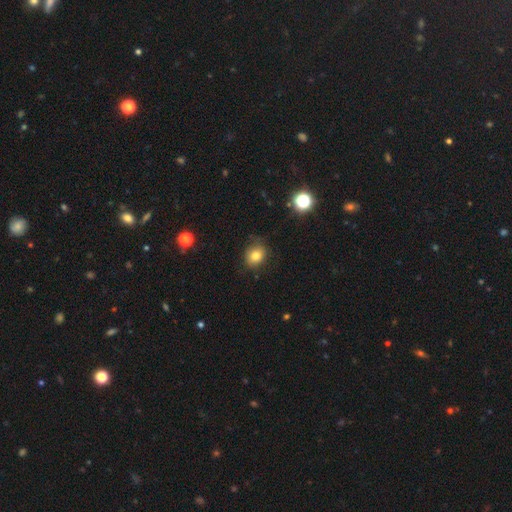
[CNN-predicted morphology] Smooth or featured? Predicted: smooth (p=0.80). How rounded? Predicted: round (p=0.62). Merging? Predicted: none (p=0.80).